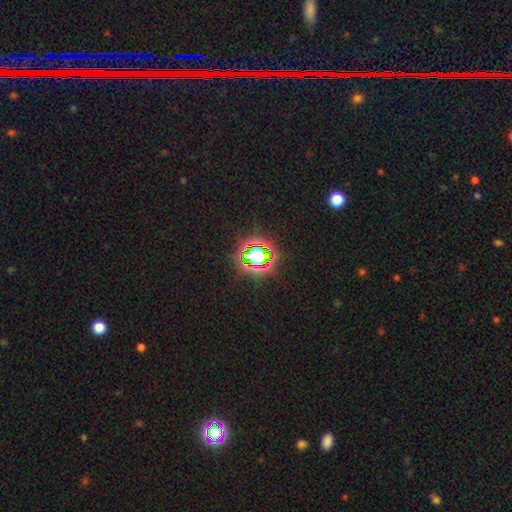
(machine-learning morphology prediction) Smooth or featured? Predicted: star or artifact (p=0.68).